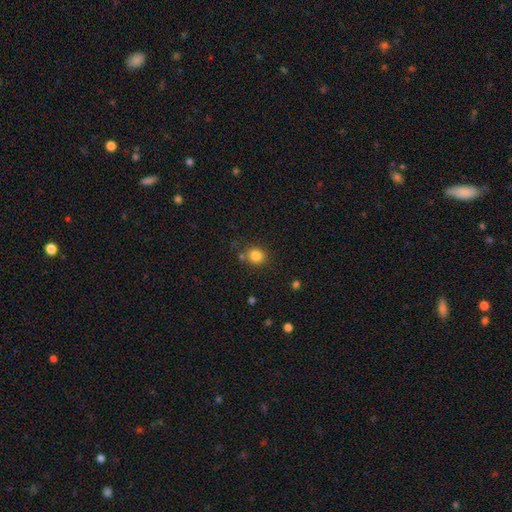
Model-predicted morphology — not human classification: Overall: smooth (83%). How rounded: round (84%). Merging: none (79%).